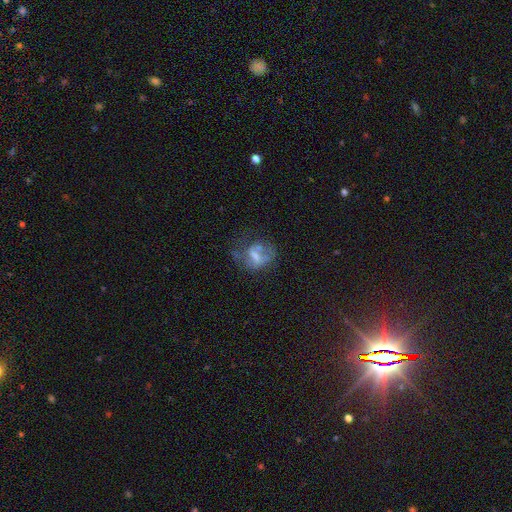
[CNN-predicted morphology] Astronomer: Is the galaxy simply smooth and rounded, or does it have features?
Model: featured or disk — 52% (runner-up: smooth, 36%).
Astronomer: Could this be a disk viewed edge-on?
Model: no — 97%.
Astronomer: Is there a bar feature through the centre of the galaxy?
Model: no — 46% (runner-up: weak, 38%).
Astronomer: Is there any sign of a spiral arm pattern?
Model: no — 63%.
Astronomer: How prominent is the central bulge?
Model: moderate — 34% (runner-up: small, 32%).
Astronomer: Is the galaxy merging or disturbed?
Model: major disturbance — 34% (runner-up: none, 33%).